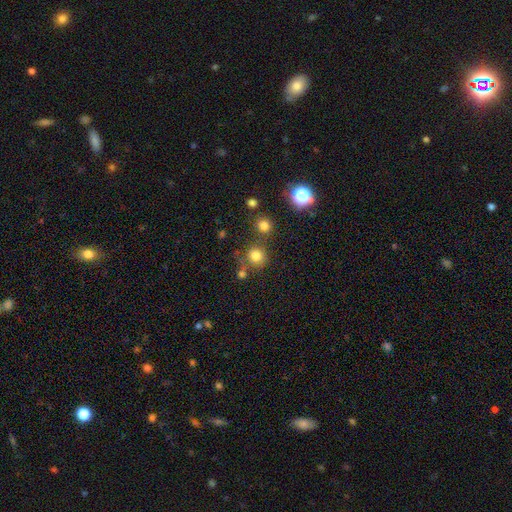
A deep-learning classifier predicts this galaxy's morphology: Smooth or featured? Predicted: smooth (p=0.78). How rounded? Predicted: round (p=0.90). Merging? Predicted: none (p=0.72).